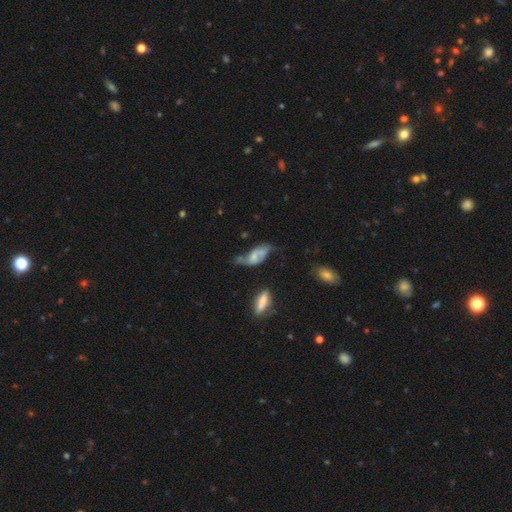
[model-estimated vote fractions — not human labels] A featured or disk galaxy (54%).

Vote fractions:
- Smooth or featured? featured or disk: 54% / smooth: 37% / star or artifact: 9%
- Edge-on disk? no: 89% / yes: 11%
- Merging? none: 32% / minor disturbance: 31% / major disturbance: 24% / merger: 13%